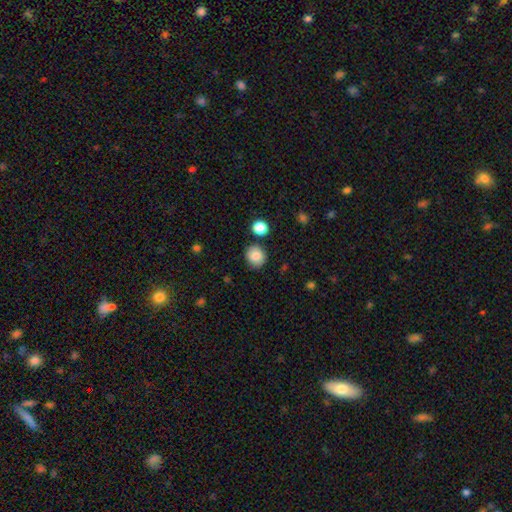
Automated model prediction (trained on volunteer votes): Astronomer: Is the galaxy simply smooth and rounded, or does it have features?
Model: smooth — 84%.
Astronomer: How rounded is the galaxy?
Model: round — 83%.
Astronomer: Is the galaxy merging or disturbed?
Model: none — 81%.